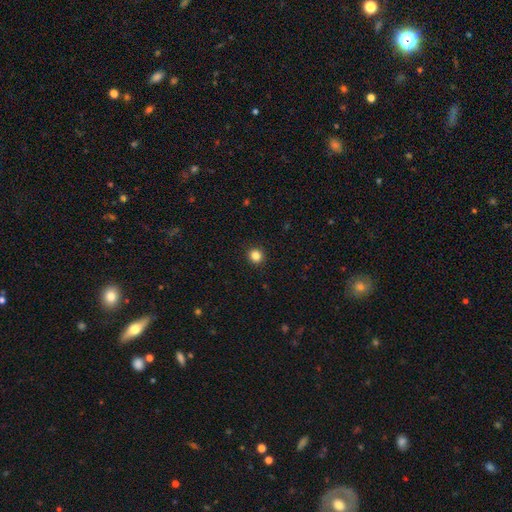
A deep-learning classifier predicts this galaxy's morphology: Smooth or featured?
  - smooth: 84% *
  - star or artifact: 12%
  - featured or disk: 4%
How rounded?
  - round: 91% *
  - in between: 8%
  - cigar-shaped: 1%
Merging?
  - none: 92% *
  - minor disturbance: 5%
  - major disturbance: 2%
  - merger: 1%